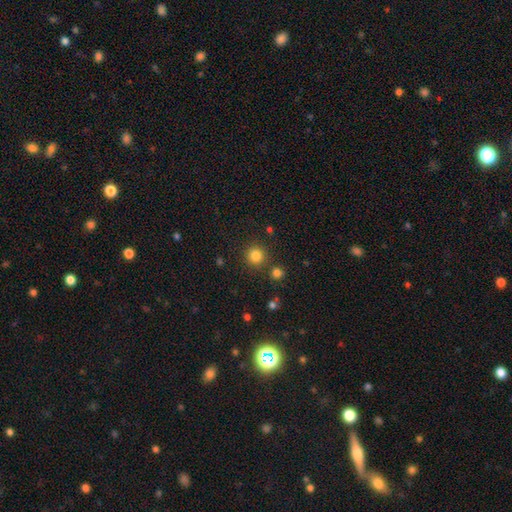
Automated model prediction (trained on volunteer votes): Smooth or featured?
  - smooth: 82% *
  - star or artifact: 13%
  - featured or disk: 4%
How rounded?
  - round: 94% *
  - in between: 5%
  - cigar-shaped: 1%
Merging?
  - none: 86% *
  - minor disturbance: 6%
  - merger: 6%
  - major disturbance: 2%